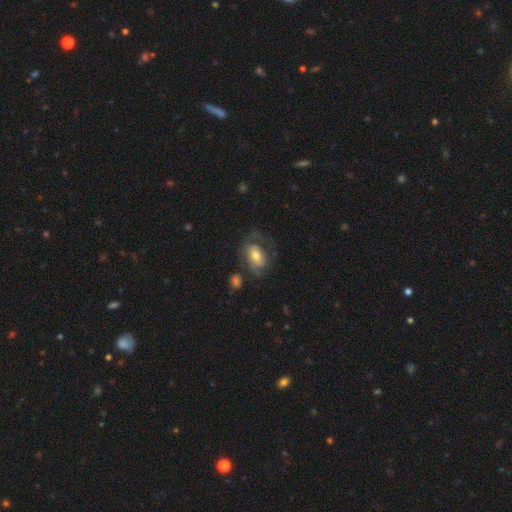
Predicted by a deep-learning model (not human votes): This appears to be a featured or disk galaxy (51%). Merging: none (45%).